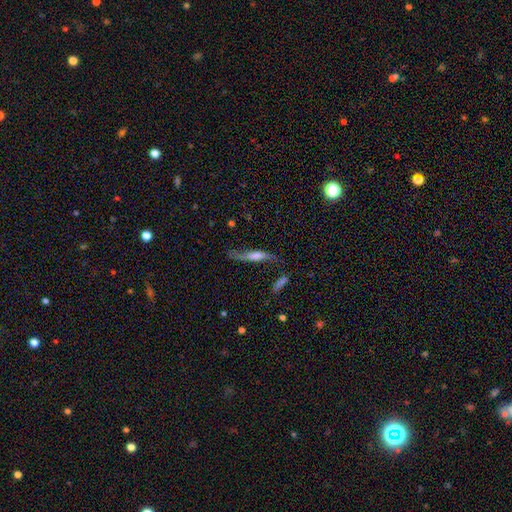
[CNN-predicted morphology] Q: Smooth or featured?
A: featured or disk (55%); runner-up: smooth (36%)
Q: Edge-on disk?
A: yes (57%); runner-up: no (43%)
Q: Merging?
A: none (53%); runner-up: minor disturbance (25%)